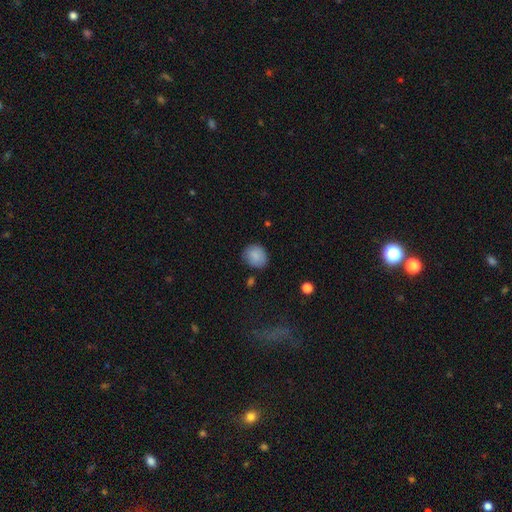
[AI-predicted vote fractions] A smooth galaxy with no disk features (86%) that is round (67%).

Vote fractions:
- Smooth or featured? smooth: 86% / star or artifact: 8% / featured or disk: 6%
- How rounded? round: 67% / in between: 32% / cigar-shaped: 1%
- Merging? none: 77% / minor disturbance: 17% / major disturbance: 4% / merger: 2%